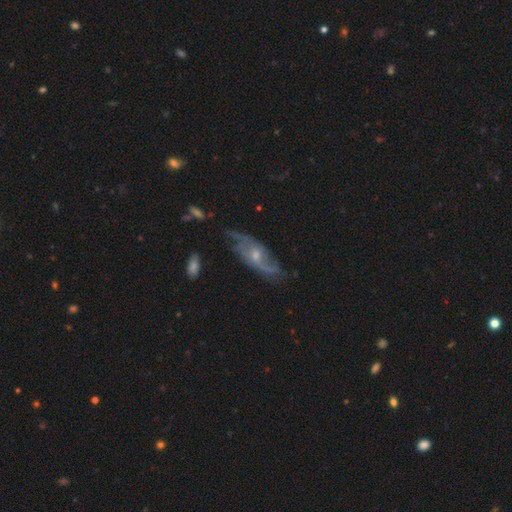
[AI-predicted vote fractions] This appears to be a featured or disk galaxy (77%) with no bar (68%), 2 (63%) loose (40%) spiral arms (88%) and a small central bulge (48%). Merging: none (63%).